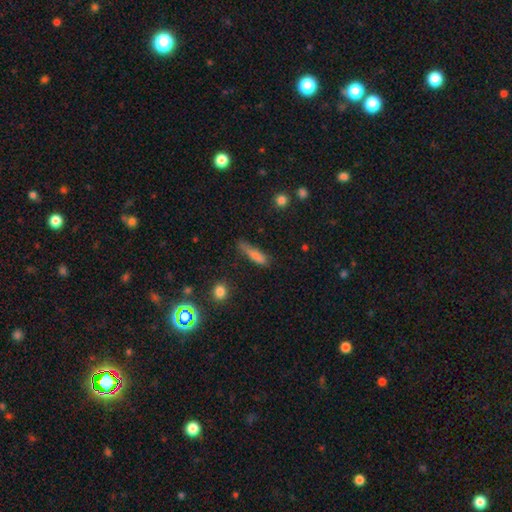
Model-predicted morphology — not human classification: This appears to be a smooth galaxy with no disk features (70%) that is cigar-shaped (77%). Merging: none (60%).